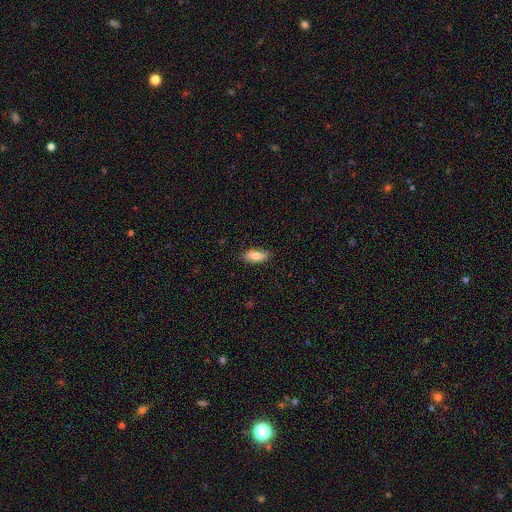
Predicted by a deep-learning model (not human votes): The model was most divided on "how rounded": in between: 78%, cigar-shaped: 20%, round: 2%. More confident: merging — none (87%); smooth or featured — smooth (80%).